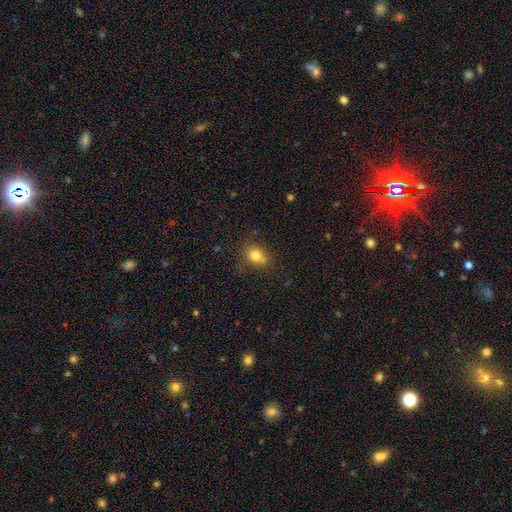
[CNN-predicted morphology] This appears to be a smooth galaxy with no disk features (78%) that is round (53%). Merging: none (68%).